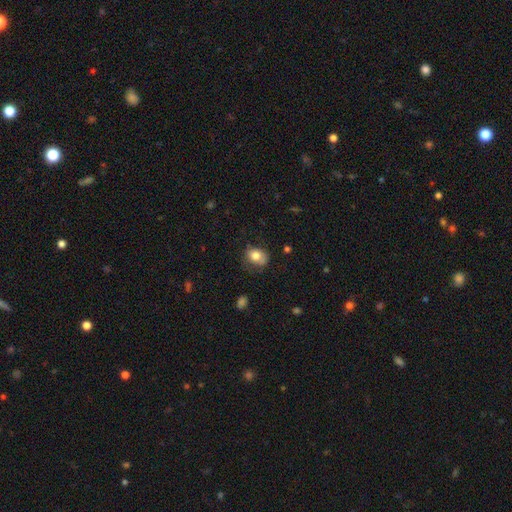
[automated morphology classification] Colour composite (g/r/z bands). It shows a smooth galaxy with no disk features (77%) that is in between round and cigar-shaped (60%). Merging: none (57%).